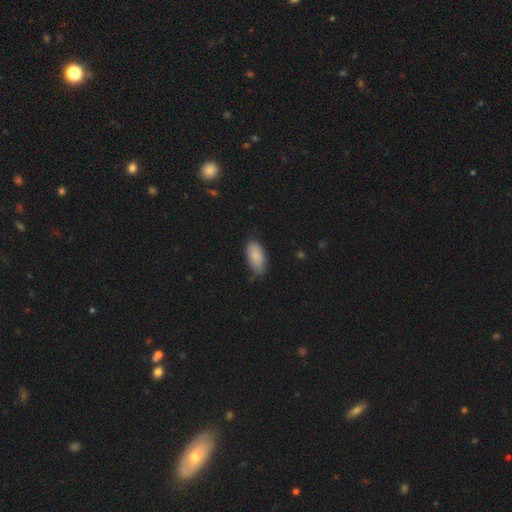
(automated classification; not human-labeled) smooth 87%, featured or disk 7%, star or artifact 6%. Down the decision tree: how rounded — in between (92%); merging — none (69%).